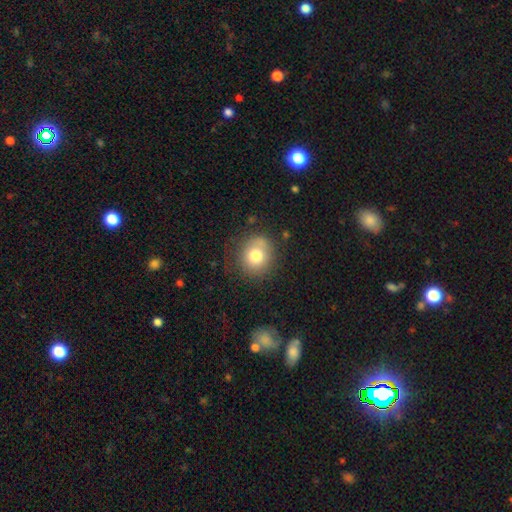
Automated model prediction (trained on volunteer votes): This is likely a smooth galaxy (76%). How rounded: clearly round (84%). Merging: likely none (75%).